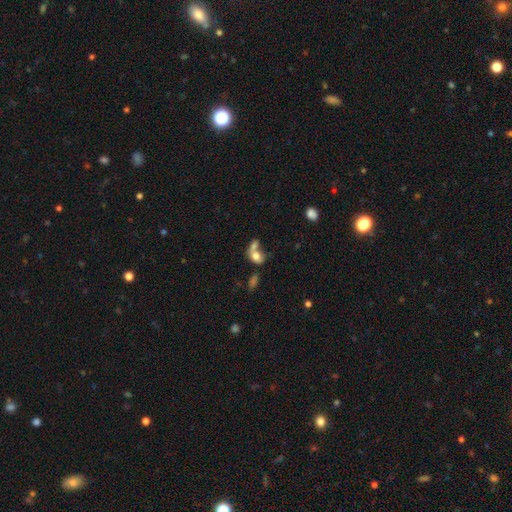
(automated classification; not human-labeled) A smooth galaxy with no disk features (72%) that is in between round and cigar-shaped (69%). Merging: merger (62%).